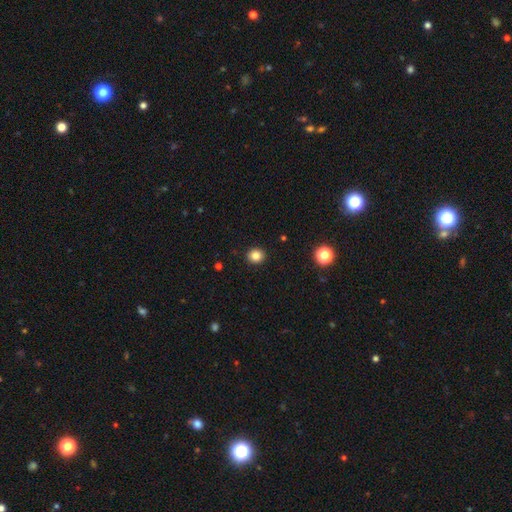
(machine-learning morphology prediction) Smooth or featured?
  - smooth: 83% *
  - star or artifact: 12%
  - featured or disk: 5%
How rounded?
  - round: 87% *
  - in between: 12%
  - cigar-shaped: 1%
Merging?
  - none: 93% *
  - minor disturbance: 5%
  - major disturbance: 2%
  - merger: 1%